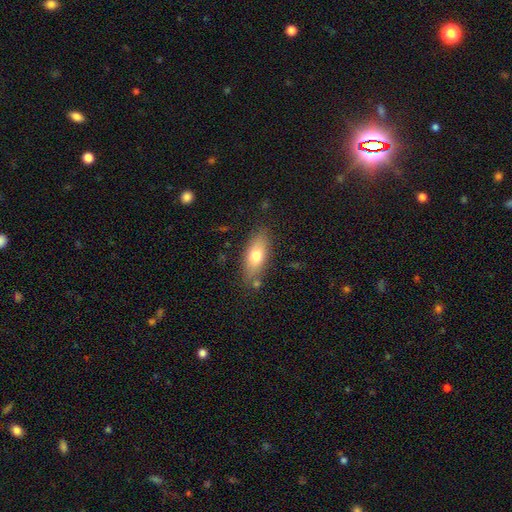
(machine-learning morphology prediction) type=smooth (71%); roundness=in between (76%); merging=none (79%).